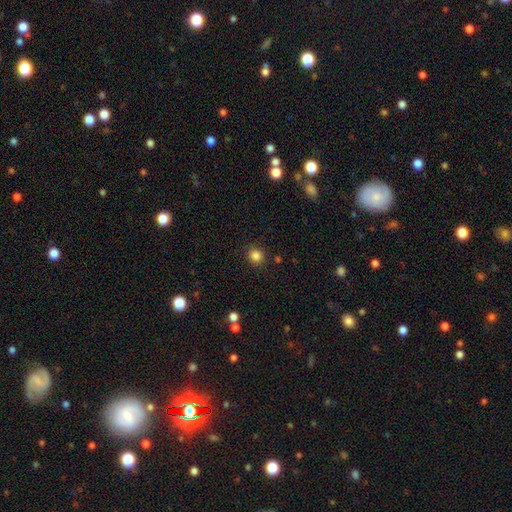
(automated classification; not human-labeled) The model was most divided on "smooth or featured": smooth: 84%, star or artifact: 12%, featured or disk: 4%. More confident: merging — none (89%); how rounded — round (89%).